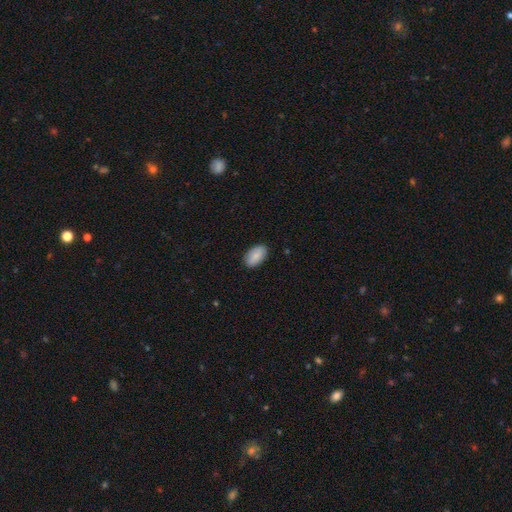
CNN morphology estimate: Smooth or featured? Predicted: smooth (p=0.83). How rounded? Predicted: in between (p=0.94). Merging? Predicted: none (p=0.87).